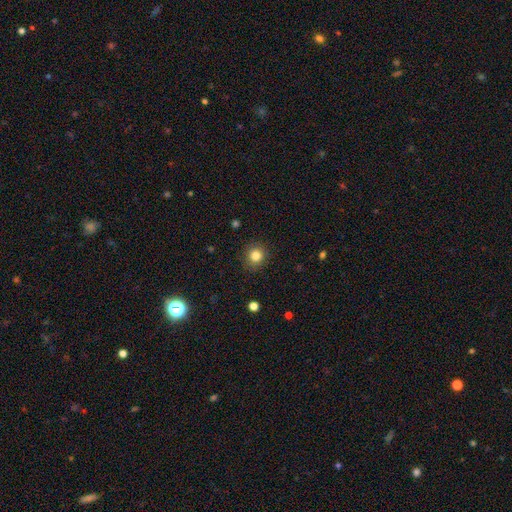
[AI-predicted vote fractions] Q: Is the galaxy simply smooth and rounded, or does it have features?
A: smooth — 82%.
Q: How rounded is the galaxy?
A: round — 90%.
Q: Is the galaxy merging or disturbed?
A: none — 89%.